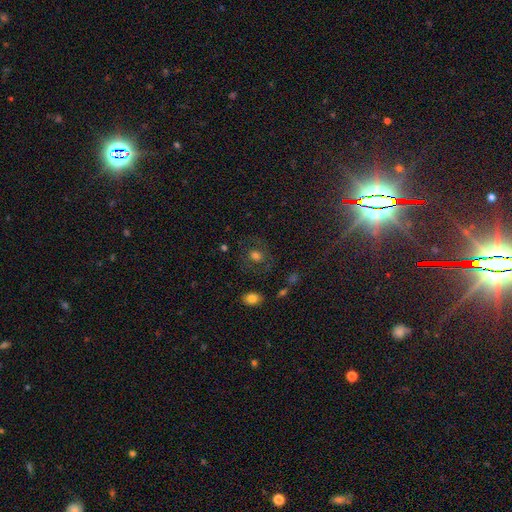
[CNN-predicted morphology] smooth_or_featured: smooth (p=0.59) [alt: featured or disk p=0.24]
how_rounded: round (p=0.57) [alt: in between p=0.42]
merging: none (p=0.75) [alt: minor disturbance p=0.14]